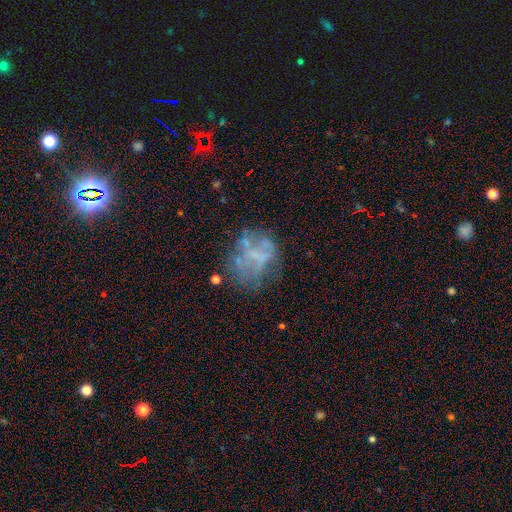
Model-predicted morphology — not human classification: Smooth or featured: featured or disk — 56% (smooth — 27%)
Edge-on disk: no — 98% (yes — 2%)
Bar: no — 83% (weak — 13%)
Spiral arms: no — 89% (yes — 11%)
Bulge size: none — 75% (small — 13%)
Merging: none — 48% (major disturbance — 25%)